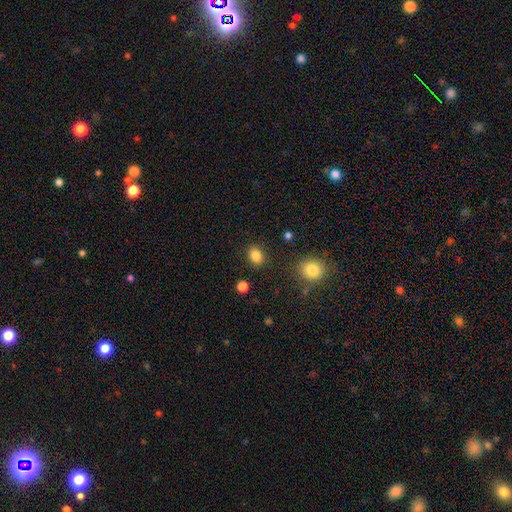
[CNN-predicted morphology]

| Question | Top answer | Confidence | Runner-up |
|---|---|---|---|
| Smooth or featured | smooth | 85% | star or artifact (11%) |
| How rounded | in between | 54% | round (44%) |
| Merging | none | 86% | minor disturbance (9%) |